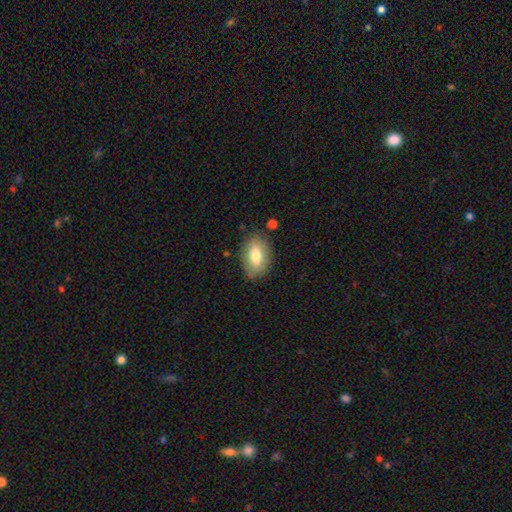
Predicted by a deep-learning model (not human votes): Smooth or featured? Predicted: smooth (p=0.77). How rounded? Predicted: in between (p=0.90). Merging? Predicted: none (p=0.81).